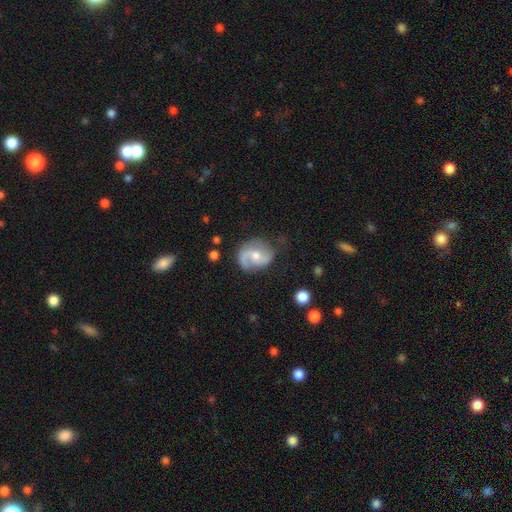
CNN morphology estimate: Smooth or featured? Predicted: featured or disk (p=0.78). Edge-on disk? Predicted: no (p=0.98). Bar? Predicted: no (p=0.47). Spiral arms? Predicted: yes (p=0.94). Spiral winding? Predicted: medium (p=0.47). Spiral arm count? Predicted: 2 (p=0.78). Bulge size? Predicted: moderate (p=0.59). Merging? Predicted: none (p=0.67).